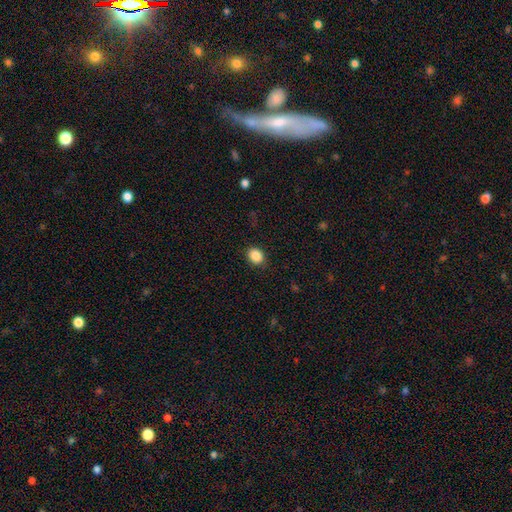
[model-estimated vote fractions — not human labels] This is clearly a smooth galaxy (87%). How rounded: possibly round (55%). Merging: clearly none (89%).